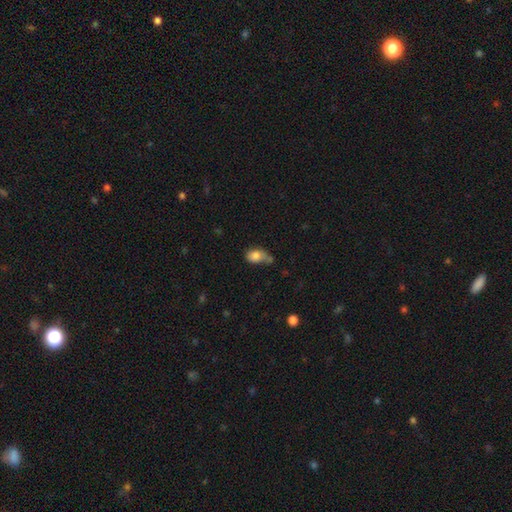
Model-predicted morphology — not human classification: smooth_or_featured: smooth (p=0.78) [alt: featured or disk p=0.13]
how_rounded: in between (p=0.76) [alt: round p=0.22]
merging: none (p=0.32) [alt: minor disturbance p=0.31]